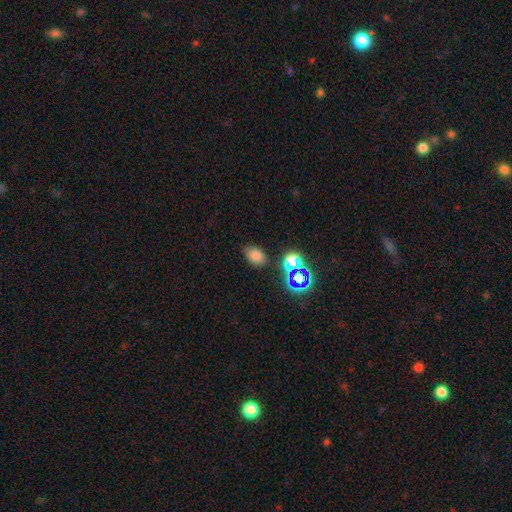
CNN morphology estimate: Overall: smooth (73%). How rounded: in between (83%). Merging: none (81%).